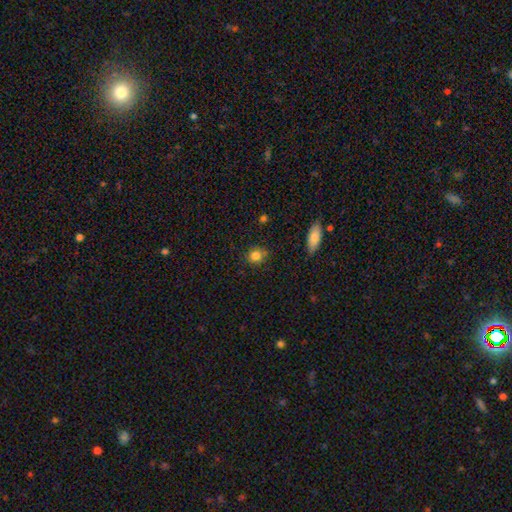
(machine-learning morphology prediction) smooth-or-featured: smooth: 83% | star or artifact: 11% | featured or disk: 6%
  how-rounded: round: 74% | in between: 24% | cigar-shaped: 1%
  merging: none: 80% | minor disturbance: 15% | major disturbance: 3% | merger: 2%